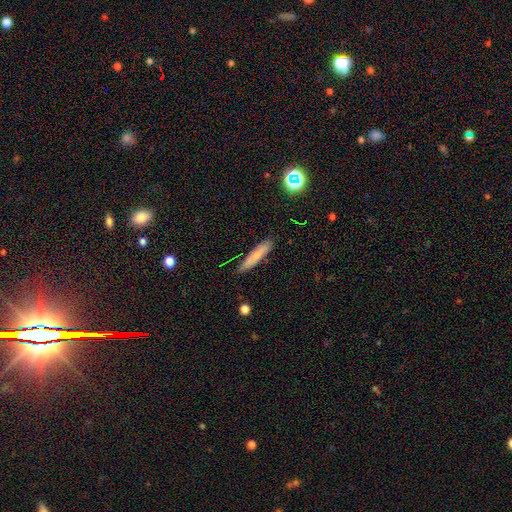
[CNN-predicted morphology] A smooth galaxy with no disk features (71%) that is cigar-shaped (89%).

Vote fractions:
- Smooth or featured? smooth: 71% / featured or disk: 21% / star or artifact: 8%
- How rounded? cigar-shaped: 89% / in between: 10% / round: 2%
- Merging? none: 85% / minor disturbance: 12% / major disturbance: 2% / merger: 2%